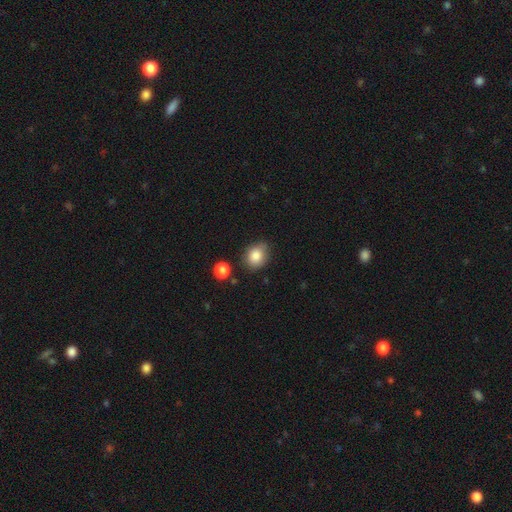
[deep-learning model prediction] smooth-or-featured: smooth: 85% | star or artifact: 9% | featured or disk: 6%
  how-rounded: round: 56% | in between: 43% | cigar-shaped: 1%
  merging: none: 75% | minor disturbance: 18% | merger: 4% | major disturbance: 4%